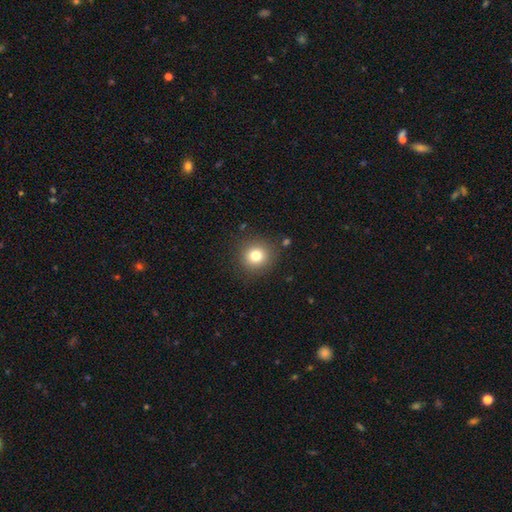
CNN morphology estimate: Smooth or featured: smooth — 79% (star or artifact — 12%)
How rounded: round — 90% (in between — 9%)
Merging: none — 87% (minor disturbance — 8%)